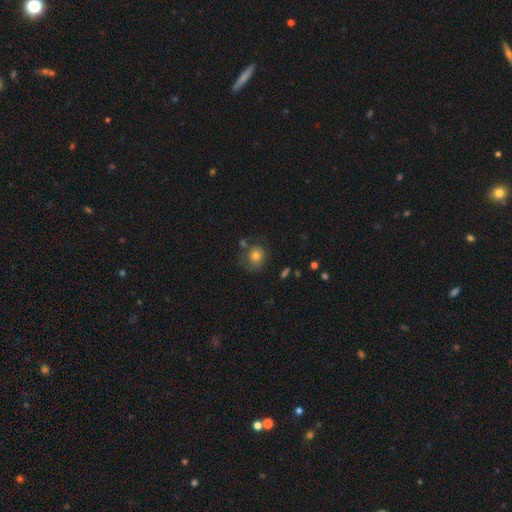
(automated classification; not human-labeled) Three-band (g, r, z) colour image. It shows a smooth galaxy with no disk features (72%) that is round (79%). Merging: none (63%).